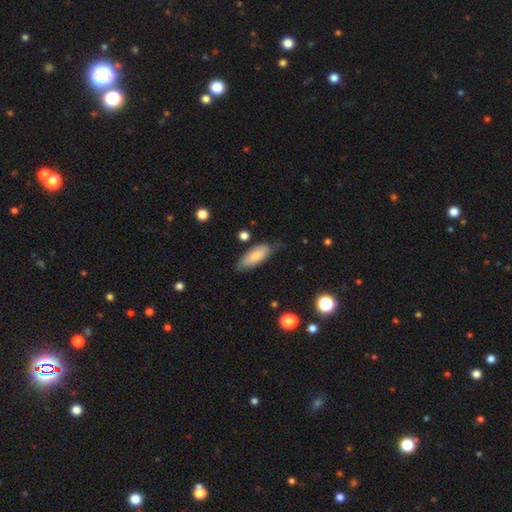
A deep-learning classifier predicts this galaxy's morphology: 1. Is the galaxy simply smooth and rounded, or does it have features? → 75% smooth, 19% featured or disk, 6% star or artifact.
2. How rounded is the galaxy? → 76% in between, 23% cigar-shaped, 2% round.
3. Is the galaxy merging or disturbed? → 71% none, 23% minor disturbance, 4% major disturbance, 3% merger.